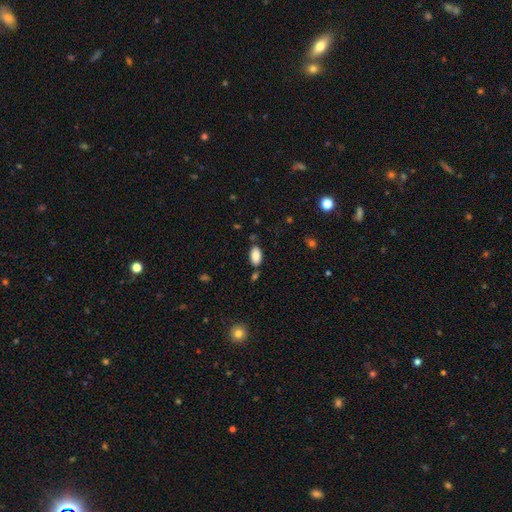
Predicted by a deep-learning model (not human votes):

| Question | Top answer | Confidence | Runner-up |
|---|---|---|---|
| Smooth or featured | smooth | 87% | star or artifact (7%) |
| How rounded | in between | 94% | cigar-shaped (3%) |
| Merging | none | 78% | minor disturbance (13%) |